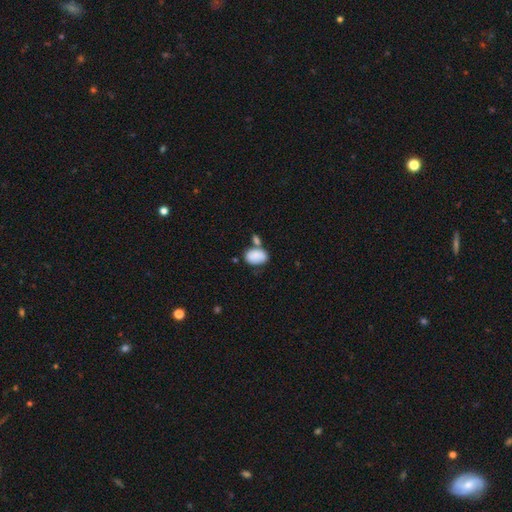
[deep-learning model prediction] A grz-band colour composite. It shows a smooth galaxy with no disk features (85%) that is in between round and cigar-shaped (87%). Merging: none (46%).